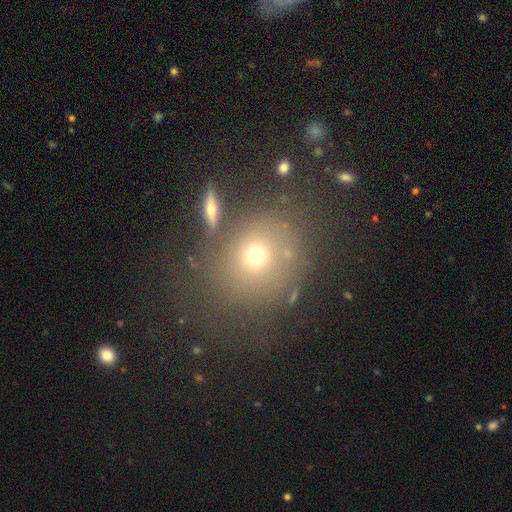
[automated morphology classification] A smooth galaxy with no disk features (65%) that is round (80%).

Vote fractions:
- Smooth or featured? smooth: 65% / star or artifact: 19% / featured or disk: 15%
- How rounded? round: 80% / in between: 19% / cigar-shaped: 1%
- Merging? none: 70% / minor disturbance: 13% / merger: 9% / major disturbance: 8%